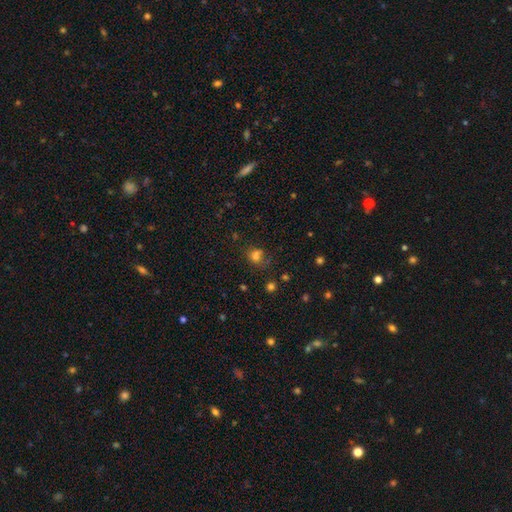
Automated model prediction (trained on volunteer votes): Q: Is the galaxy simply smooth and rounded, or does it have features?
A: smooth — 70%.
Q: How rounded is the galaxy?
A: round — 64%.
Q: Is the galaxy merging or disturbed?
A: none — 52%.